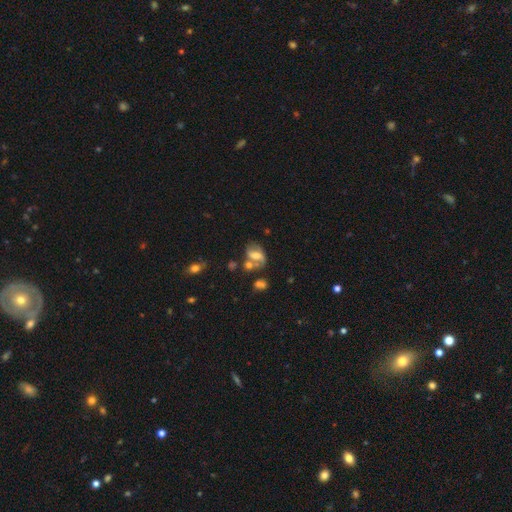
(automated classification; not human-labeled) featured or disk 47%, smooth 43%, star or artifact 11%. Down the decision tree: merging — none (43%).